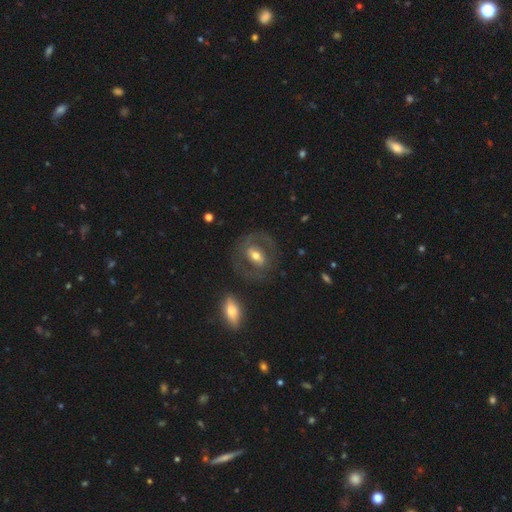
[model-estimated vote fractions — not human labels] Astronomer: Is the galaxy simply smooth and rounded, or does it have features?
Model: featured or disk — 63%.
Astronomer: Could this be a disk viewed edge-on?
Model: no — 93%.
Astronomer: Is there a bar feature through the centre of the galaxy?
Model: no — 34% (runner-up: strong, 33%).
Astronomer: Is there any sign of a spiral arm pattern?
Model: no — 54% (runner-up: yes, 46%).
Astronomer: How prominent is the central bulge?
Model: moderate — 68%.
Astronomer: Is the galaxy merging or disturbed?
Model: none — 73%.